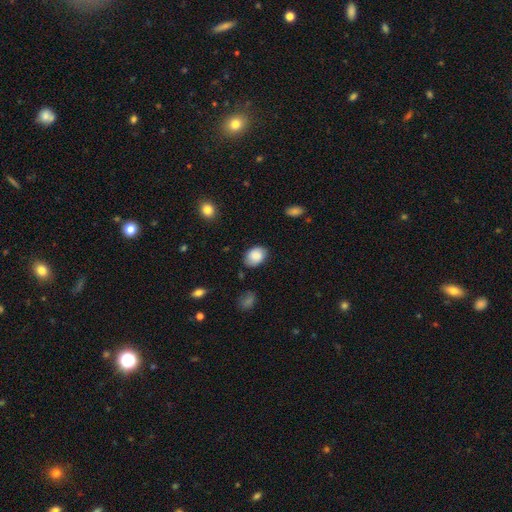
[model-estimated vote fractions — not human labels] Smooth or featured? Predicted: smooth (p=0.86). How rounded? Predicted: in between (p=0.75). Merging? Predicted: none (p=0.78).